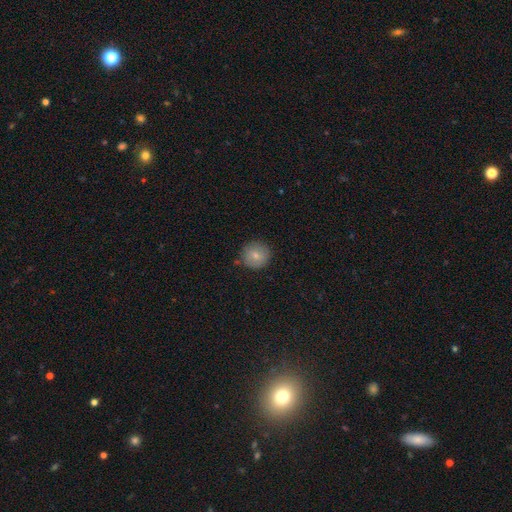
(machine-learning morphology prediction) Overall: smooth (79%). How rounded: round (94%). Merging: none (85%).